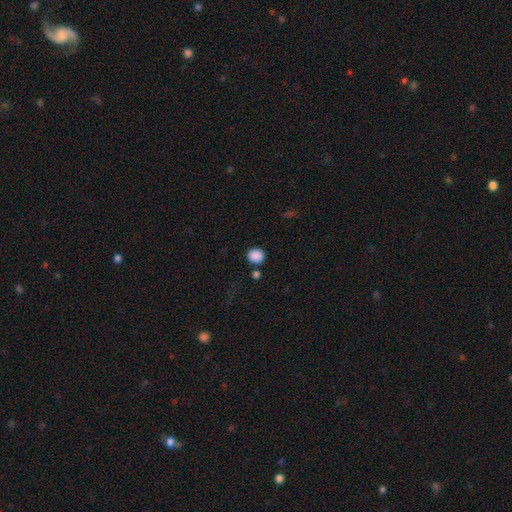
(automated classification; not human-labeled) Smooth or featured: smooth — 88% (star or artifact — 9%)
How rounded: round — 83% (in between — 16%)
Merging: none — 84% (minor disturbance — 8%)